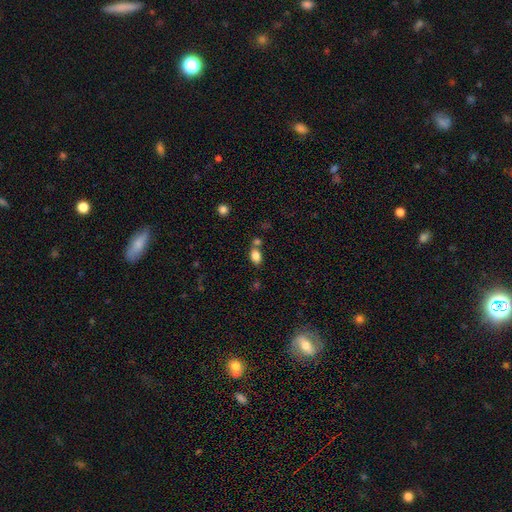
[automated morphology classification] smooth-or-featured: smooth: 83% | star or artifact: 10% | featured or disk: 6%
  how-rounded: in between: 84% | round: 14% | cigar-shaped: 2%
  merging: none: 63% | merger: 21% | minor disturbance: 13% | major disturbance: 4%